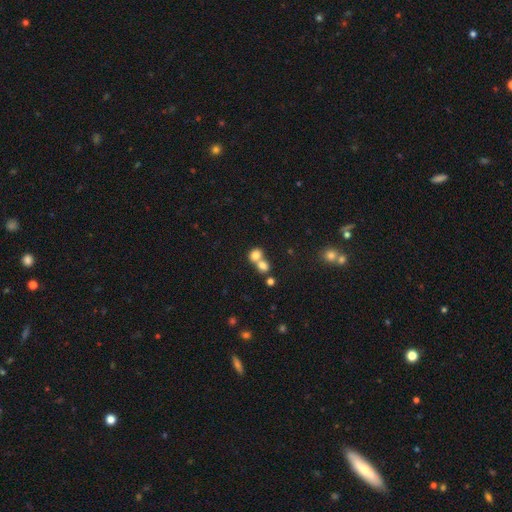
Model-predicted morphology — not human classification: smooth 78%, star or artifact 11%, featured or disk 11%. Down the decision tree: how rounded — round (67%); merging — merger (61%).